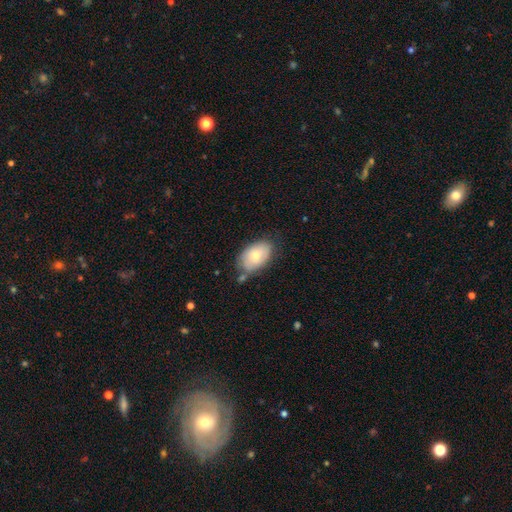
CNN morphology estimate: A smooth galaxy with no disk features (71%) that is in between round and cigar-shaped (91%). Merging: none (61%).